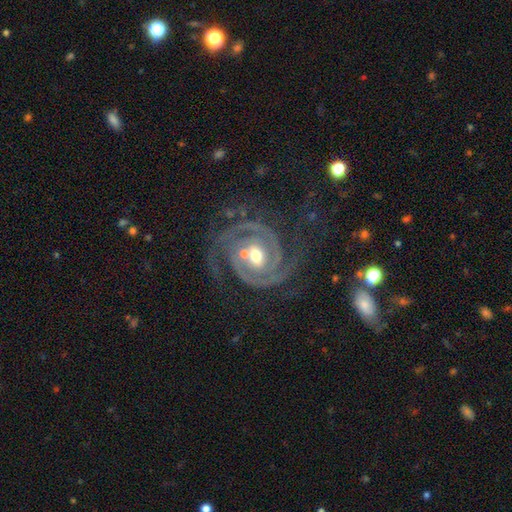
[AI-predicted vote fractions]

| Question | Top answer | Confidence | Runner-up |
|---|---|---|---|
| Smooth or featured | featured or disk | 91% | star or artifact (5%) |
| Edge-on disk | no | 98% | yes (2%) |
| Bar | no | 53% | weak (32%) |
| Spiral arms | yes | 98% | no (2%) |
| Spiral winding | tight | 57% | medium (35%) |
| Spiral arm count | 2 | 79% | 3 (7%) |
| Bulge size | moderate | 70% | small (20%) |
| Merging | none | 65% | minor disturbance (16%) |